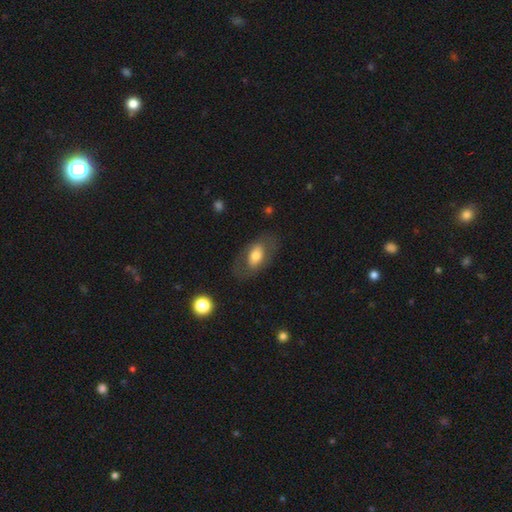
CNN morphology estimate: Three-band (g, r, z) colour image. It shows a smooth galaxy with no disk features (59%) that is in between round and cigar-shaped (90%). Merging: none (74%).